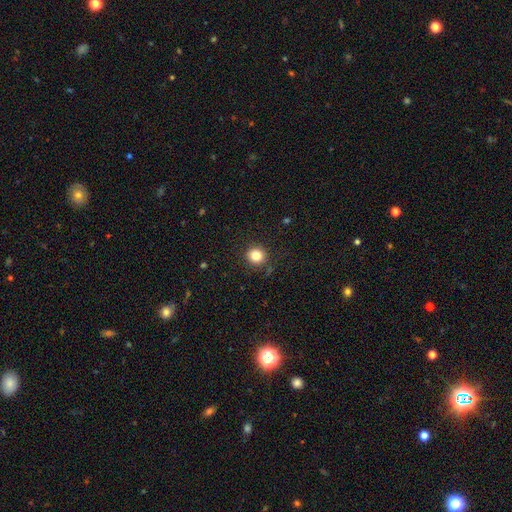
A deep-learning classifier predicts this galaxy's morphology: This appears to be a smooth galaxy with no disk features (83%) that is round (90%). Merging: none (90%).